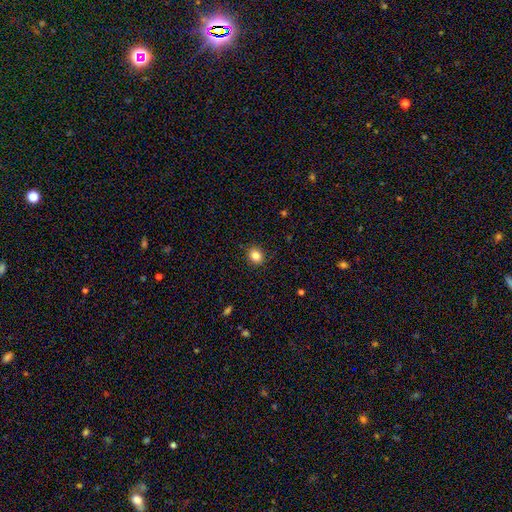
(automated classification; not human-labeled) Smooth or featured? smooth (85%)
How rounded? round (60%)
Merging? none (90%)